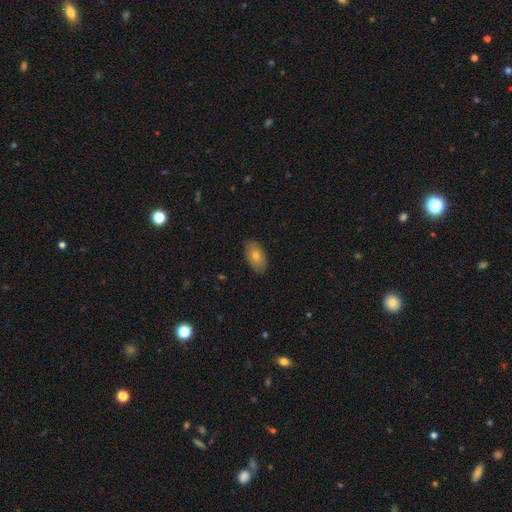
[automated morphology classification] A smooth galaxy with no disk features (70%) that is in between round and cigar-shaped (92%).

Vote fractions:
- Smooth or featured? smooth: 70% / featured or disk: 22% / star or artifact: 9%
- How rounded? in between: 92% / round: 6% / cigar-shaped: 2%
- Merging? none: 86% / minor disturbance: 11% / major disturbance: 2% / merger: 1%